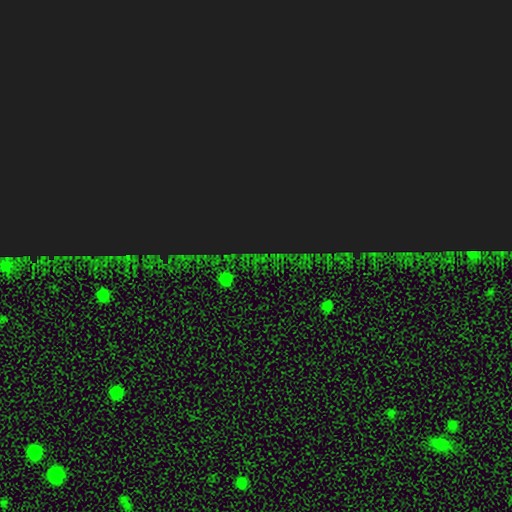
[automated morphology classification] Smooth or featured: star or artifact — 83% (smooth — 9%)